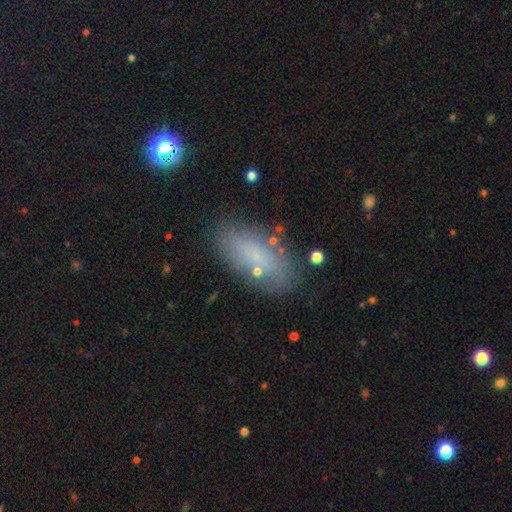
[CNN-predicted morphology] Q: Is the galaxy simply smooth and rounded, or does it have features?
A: smooth — 70%.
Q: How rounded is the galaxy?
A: in between — 84%.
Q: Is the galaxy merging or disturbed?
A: none — 78%.